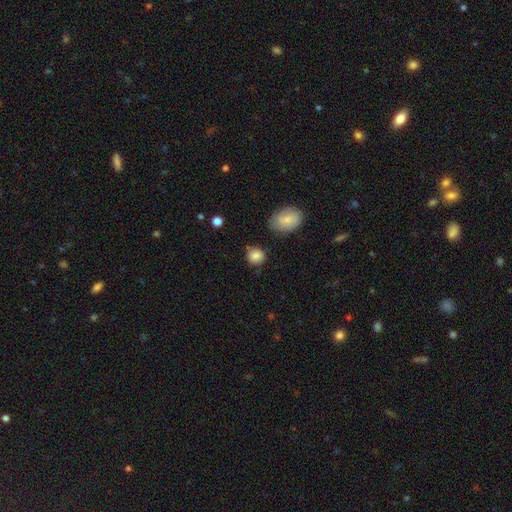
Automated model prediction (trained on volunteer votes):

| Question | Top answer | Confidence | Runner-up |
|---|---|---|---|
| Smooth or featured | smooth | 85% | star or artifact (9%) |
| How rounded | round | 83% | in between (16%) |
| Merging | none | 76% | minor disturbance (16%) |